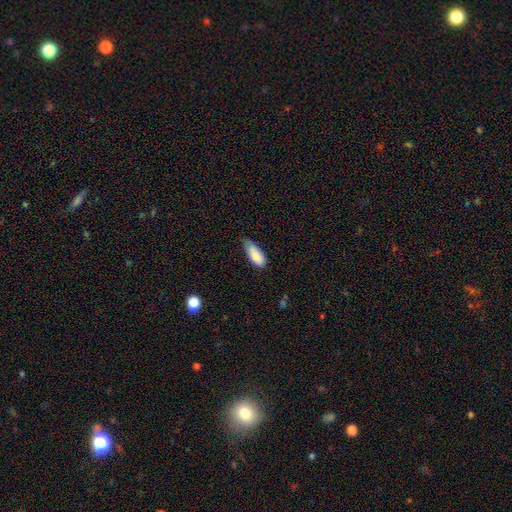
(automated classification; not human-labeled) Morphology: type=smooth (86%); roundness=in between (80%); merging=none (47%).